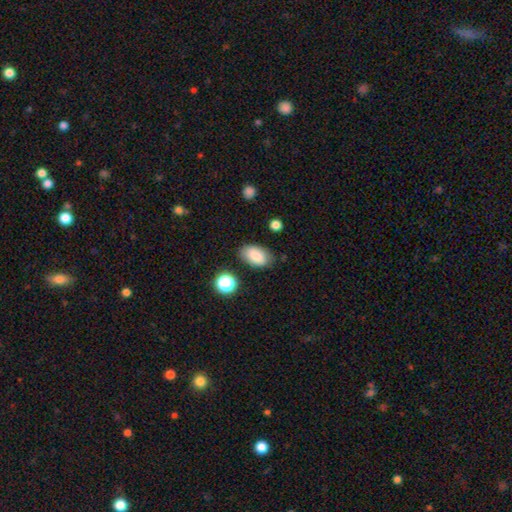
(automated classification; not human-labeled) Q: Smooth or featured?
A: smooth (83%); runner-up: featured or disk (9%)
Q: How rounded?
A: in between (92%); runner-up: round (7%)
Q: Merging?
A: none (78%); runner-up: minor disturbance (15%)